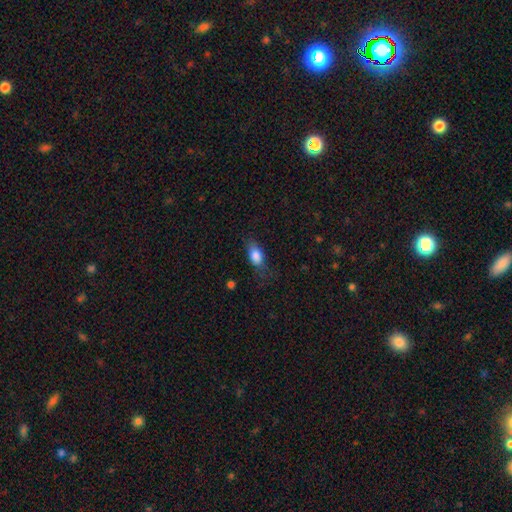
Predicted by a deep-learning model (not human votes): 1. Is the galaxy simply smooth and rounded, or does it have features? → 83% smooth, 9% featured or disk, 8% star or artifact.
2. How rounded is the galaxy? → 84% in between, 9% round, 7% cigar-shaped.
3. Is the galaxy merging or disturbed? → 61% none, 26% minor disturbance, 11% major disturbance, 2% merger.